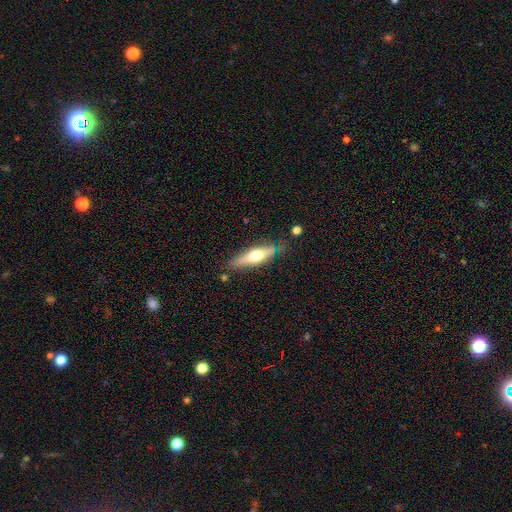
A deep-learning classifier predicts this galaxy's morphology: Smooth or featured?
  - smooth: 48% *
  - featured or disk: 47%
  - star or artifact: 6%
Merging?
  - none: 78% *
  - minor disturbance: 15%
  - major disturbance: 3%
  - merger: 3%